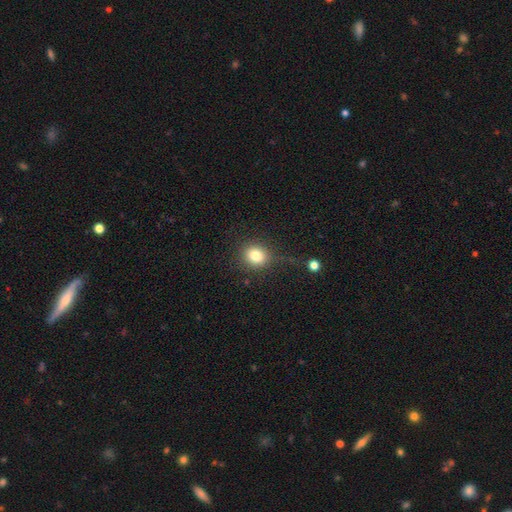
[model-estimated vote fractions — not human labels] Q: Smooth or featured?
A: smooth (81%); runner-up: star or artifact (11%)
Q: How rounded?
A: round (77%); runner-up: in between (22%)
Q: Merging?
A: none (79%); runner-up: minor disturbance (12%)